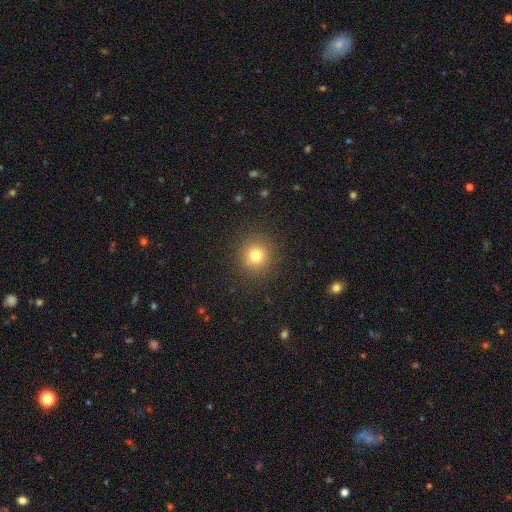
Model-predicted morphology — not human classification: type=smooth (76%); roundness=round (93%); merging=none (89%).